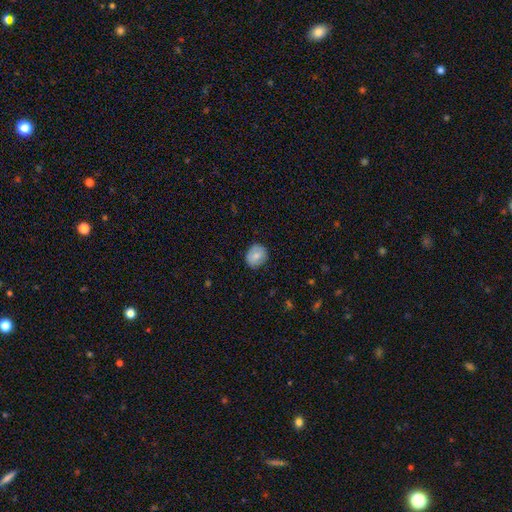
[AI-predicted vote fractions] A smooth galaxy with no disk features (81%) that is round (68%).

Vote fractions:
- Smooth or featured? smooth: 81% / featured or disk: 12% / star or artifact: 7%
- How rounded? round: 68% / in between: 31% / cigar-shaped: 1%
- Merging? none: 85% / minor disturbance: 11% / major disturbance: 2% / merger: 1%